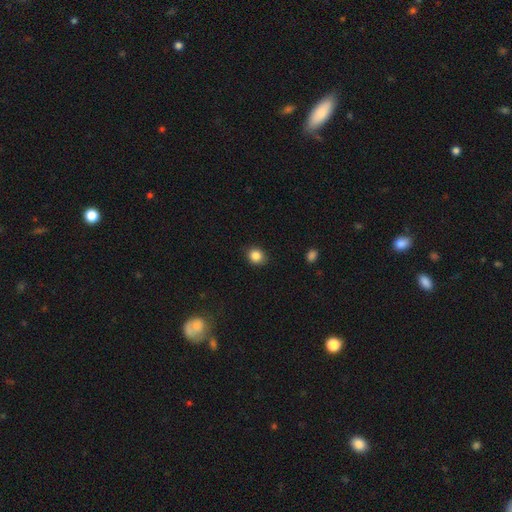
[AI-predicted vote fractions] smooth_or_featured: smooth (p=0.85) [alt: star or artifact p=0.10]
how_rounded: round (p=0.70) [alt: in between p=0.30]
merging: none (p=0.86) [alt: minor disturbance p=0.11]